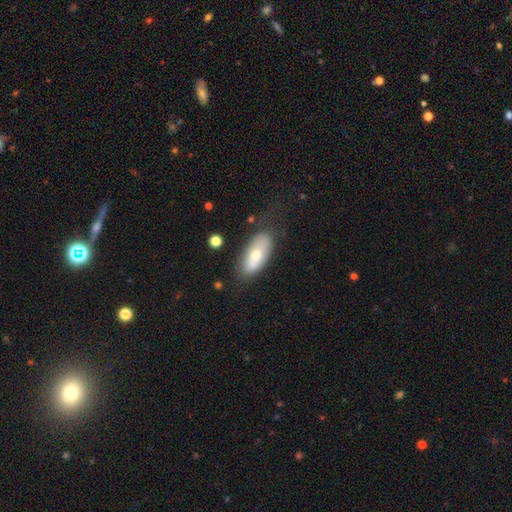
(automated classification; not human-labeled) Overall: smooth (64%; featured or disk 29%). How rounded: in between (88%). Merging: none (68%).